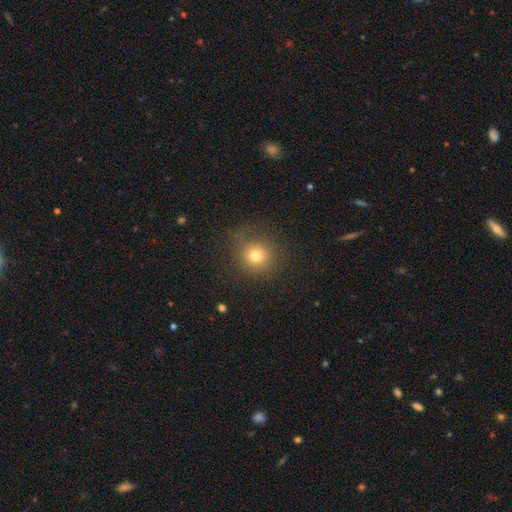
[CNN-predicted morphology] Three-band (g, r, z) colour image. It shows a smooth galaxy with no disk features (74%) that is round (92%). Merging: none (80%).